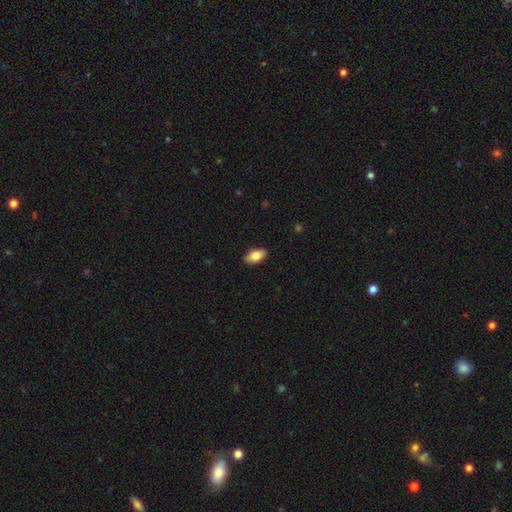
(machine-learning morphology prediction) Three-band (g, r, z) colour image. It shows a smooth galaxy with no disk features (79%) that is in between round and cigar-shaped (90%). Merging: none (88%).